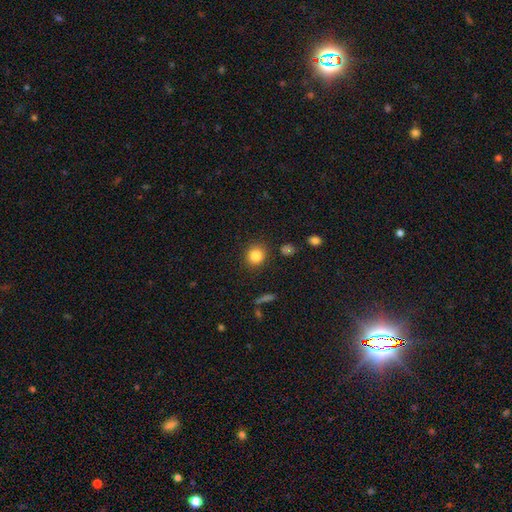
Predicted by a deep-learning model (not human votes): Morphology: type=smooth (84%); roundness=round (86%); merging=none (88%).